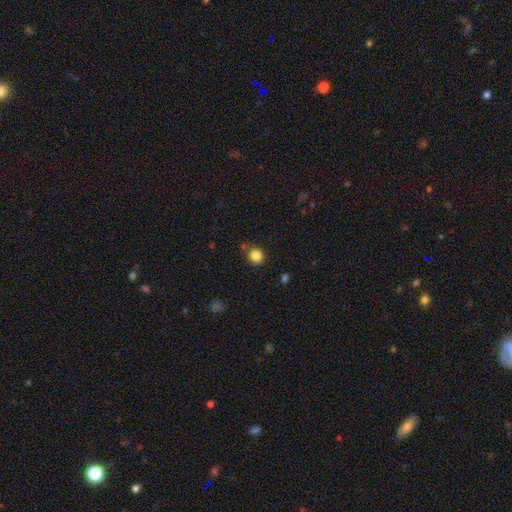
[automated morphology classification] smooth-or-featured: smooth: 85% | star or artifact: 11% | featured or disk: 4%
  how-rounded: round: 90% | in between: 9% | cigar-shaped: 1%
  merging: none: 81% | minor disturbance: 10% | merger: 6% | major disturbance: 3%